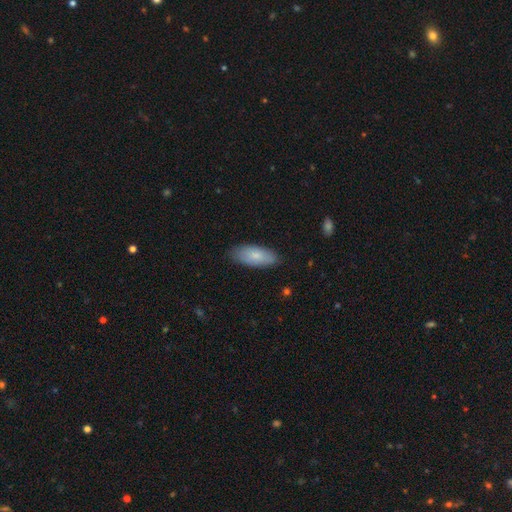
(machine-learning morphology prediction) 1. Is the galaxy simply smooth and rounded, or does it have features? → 78% smooth, 17% featured or disk, 6% star or artifact.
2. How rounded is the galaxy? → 85% in between, 13% cigar-shaped, 2% round.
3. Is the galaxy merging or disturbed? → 81% none, 15% minor disturbance, 3% major disturbance, 1% merger.